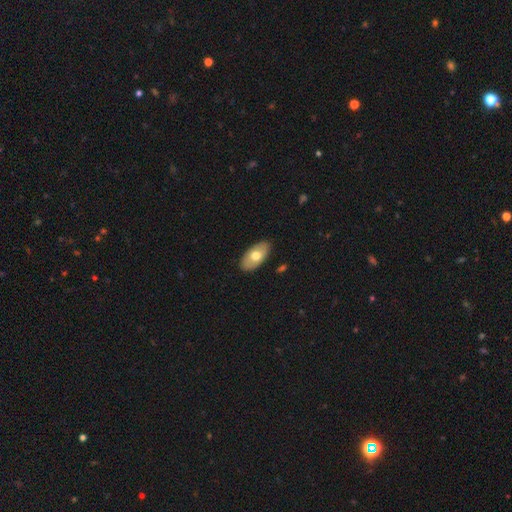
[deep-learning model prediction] smooth 65%, featured or disk 29%, star or artifact 6%. Down the decision tree: how rounded — in between (94%); merging — none (87%).